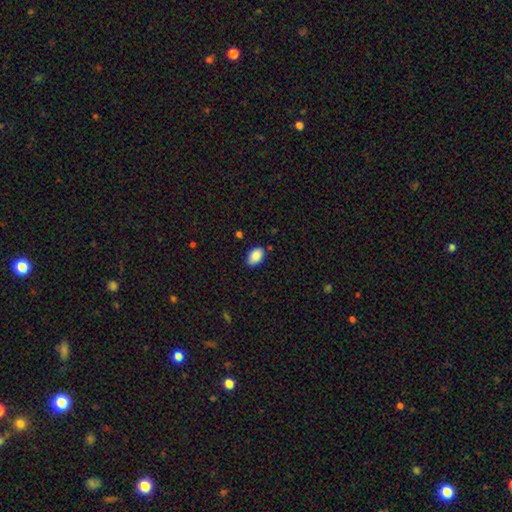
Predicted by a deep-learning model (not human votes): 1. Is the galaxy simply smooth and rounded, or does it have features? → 88% smooth, 7% star or artifact, 5% featured or disk.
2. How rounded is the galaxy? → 89% in between, 10% round, 1% cigar-shaped.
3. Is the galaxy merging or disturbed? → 81% none, 14% minor disturbance, 2% major disturbance, 2% merger.